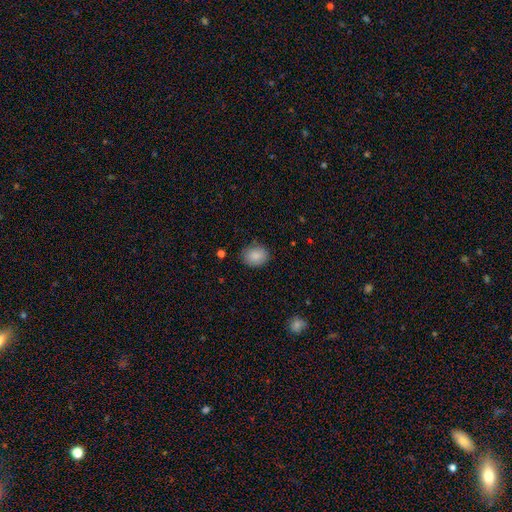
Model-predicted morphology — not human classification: The model was most divided on "how rounded": in between: 50%, round: 49%, cigar-shaped: 1%. More confident: smooth or featured — smooth (87%); merging — none (82%).